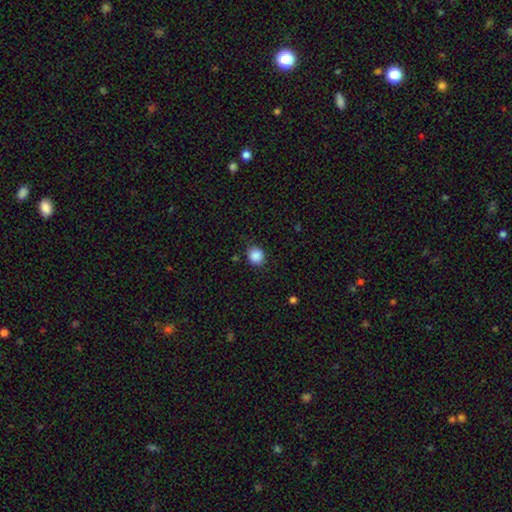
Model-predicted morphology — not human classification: The model was most divided on "how rounded": round: 83%, in between: 16%, cigar-shaped: 1%. More confident: smooth or featured — smooth (87%); merging — none (84%).